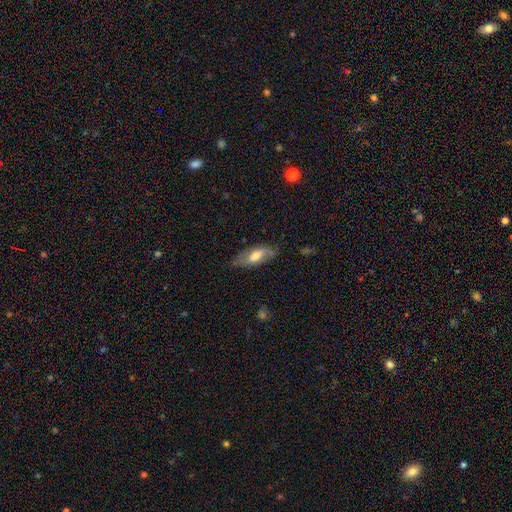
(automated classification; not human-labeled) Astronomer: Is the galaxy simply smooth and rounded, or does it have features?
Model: smooth — 49% (runner-up: featured or disk, 45%).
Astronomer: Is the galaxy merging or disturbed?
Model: none — 69%.